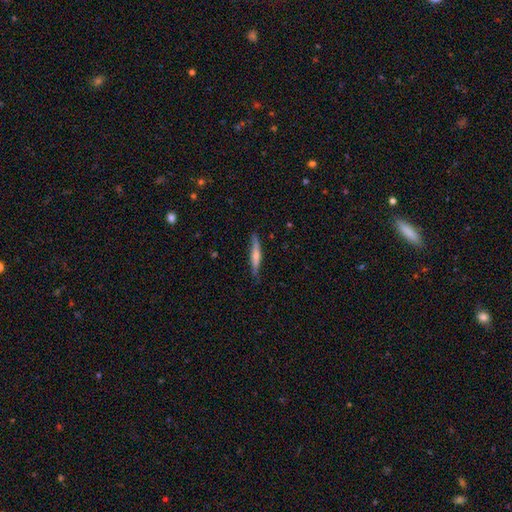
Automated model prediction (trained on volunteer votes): A smooth galaxy with no disk features (54%) that is cigar-shaped (92%). Merging: none (82%).